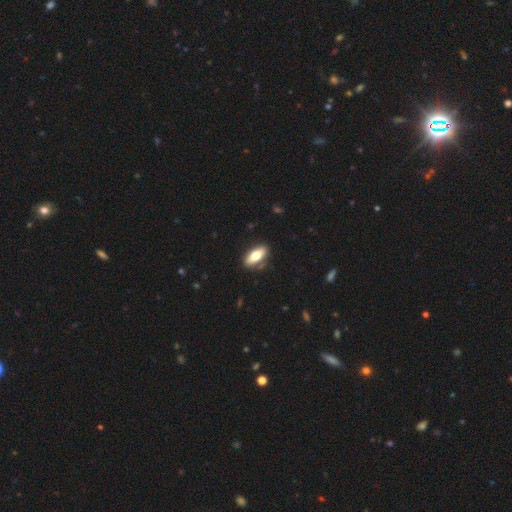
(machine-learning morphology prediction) smooth 66%, featured or disk 28%, star or artifact 6%. Down the decision tree: how rounded — in between (78%); merging — none (84%).